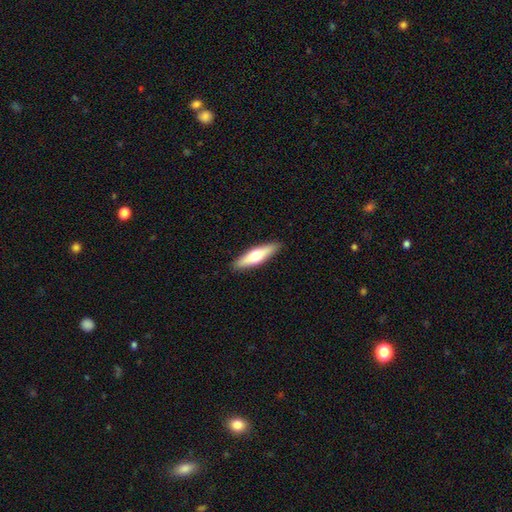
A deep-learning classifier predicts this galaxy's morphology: smooth-or-featured: smooth: 54% | featured or disk: 40% | star or artifact: 5%
  how-rounded: cigar-shaped: 71% | in between: 28% | round: 2%
  merging: none: 90% | minor disturbance: 7% | major disturbance: 2% | merger: 1%